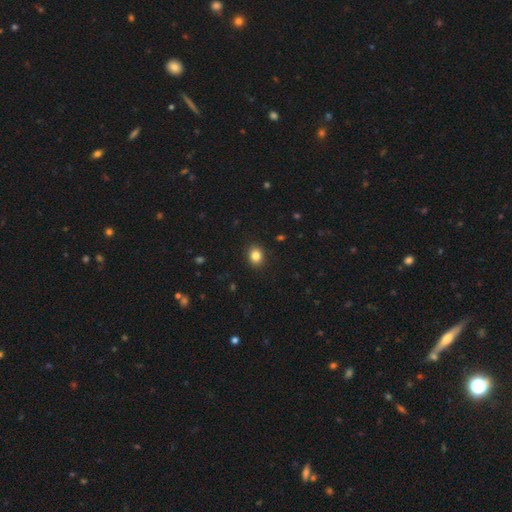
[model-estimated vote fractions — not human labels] Overall: smooth (84%). How rounded: round (56%; in between 43%). Merging: none (90%).